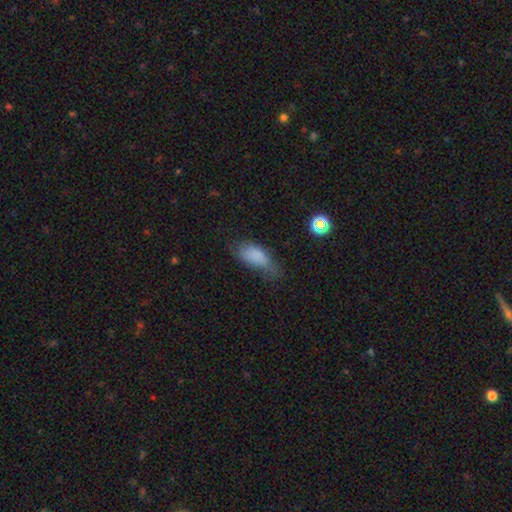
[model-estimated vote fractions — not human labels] smooth_or_featured: smooth (p=0.78) [alt: featured or disk p=0.12]
how_rounded: in between (p=0.85) [alt: cigar-shaped p=0.12]
merging: none (p=0.42) [alt: minor disturbance p=0.37]